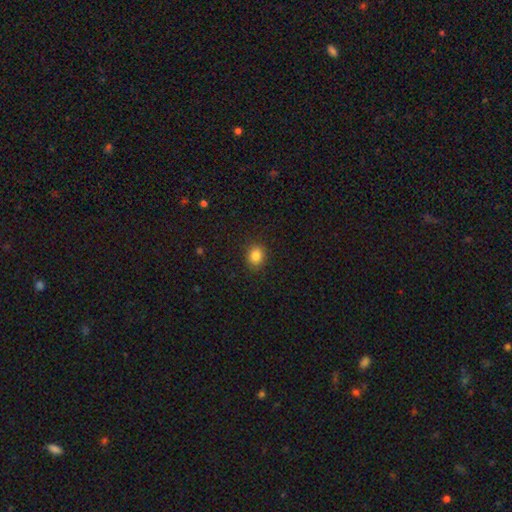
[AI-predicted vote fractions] Smooth or featured: smooth — 85% (star or artifact — 11%)
How rounded: round — 67% (in between — 32%)
Merging: none — 90% (minor disturbance — 7%)